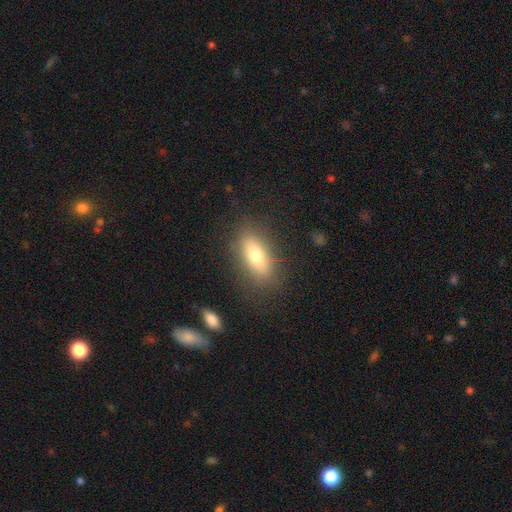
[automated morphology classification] This appears to be a smooth galaxy with no disk features (73%) that is in between round and cigar-shaped (77%). Merging: none (81%).